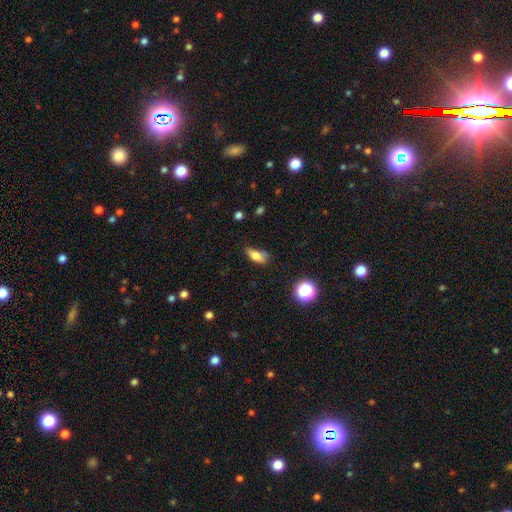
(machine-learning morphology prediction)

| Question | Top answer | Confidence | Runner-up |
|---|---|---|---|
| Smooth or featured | smooth | 75% | featured or disk (14%) |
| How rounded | in between | 78% | cigar-shaped (15%) |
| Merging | none | 41% | minor disturbance (38%) |